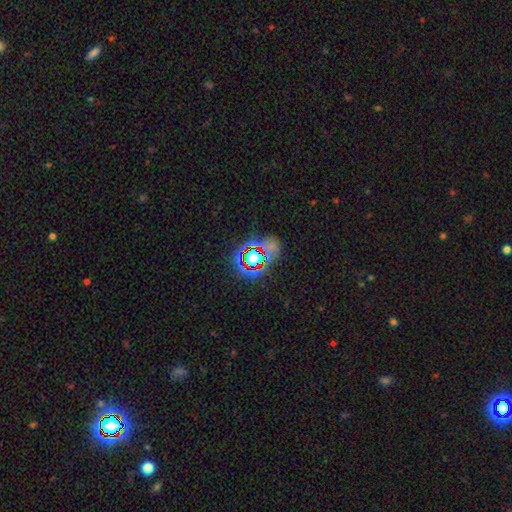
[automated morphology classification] smooth-or-featured: star or artifact: 58% | smooth: 28% | featured or disk: 14%